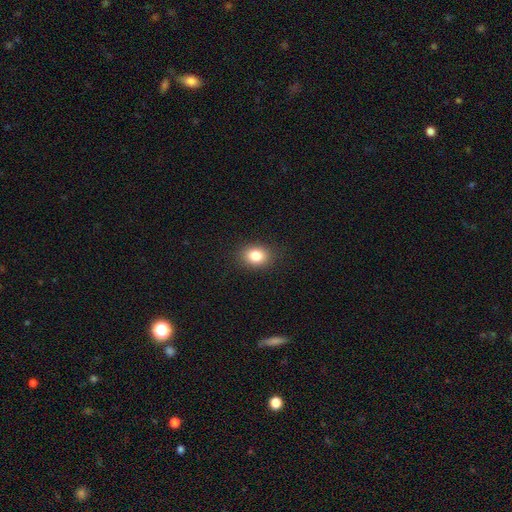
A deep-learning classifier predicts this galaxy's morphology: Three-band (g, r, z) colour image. It shows a smooth galaxy with no disk features (84%) that is in between round and cigar-shaped (59%). Merging: none (88%).